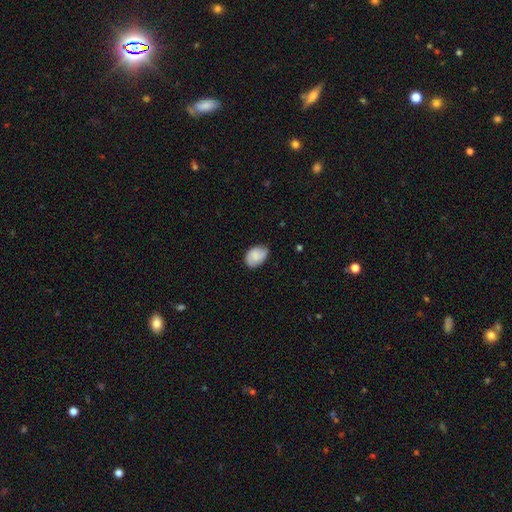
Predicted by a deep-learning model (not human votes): This is likely a smooth galaxy (78%). How rounded: clearly in between (81%). Merging: likely none (68%).